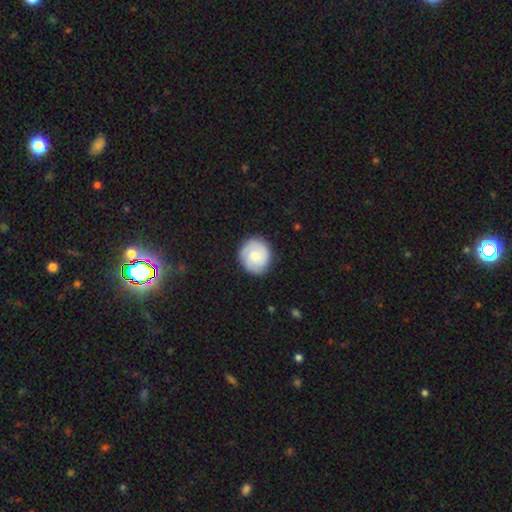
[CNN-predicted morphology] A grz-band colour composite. It shows a smooth galaxy with no disk features (54%) that is round (88%). Merging: none (84%).